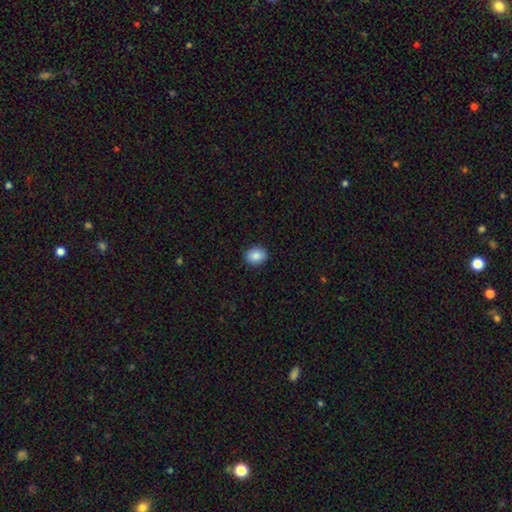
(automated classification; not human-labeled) Overall: smooth (88%). How rounded: round (56%; in between 43%). Merging: none (91%).